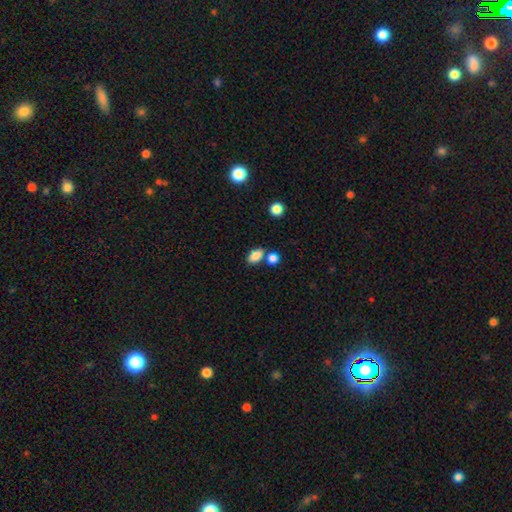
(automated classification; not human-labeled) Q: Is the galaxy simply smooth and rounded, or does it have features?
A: smooth — 84%.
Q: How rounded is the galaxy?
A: in between — 84%.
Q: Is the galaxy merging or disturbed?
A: none — 64%.